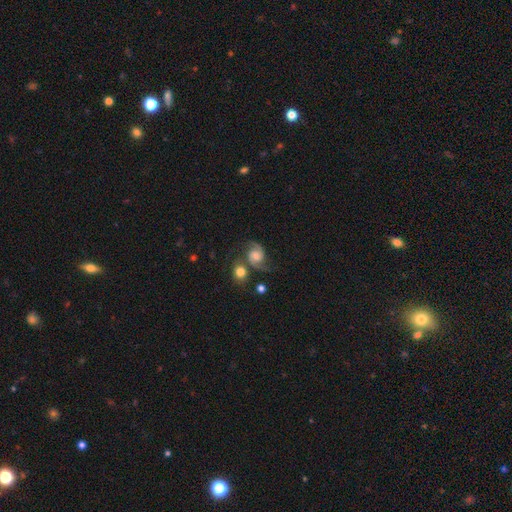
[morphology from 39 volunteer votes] Volunteers were most divided on "bar": no: 59%, weak: 38%, strong: 3%. More confident: edge-on disk — no (100%); spiral arms — yes (100%); spiral arm count — 2 (94%); smooth or featured — featured or disk (87%); spiral winding — medium (56%); bulge size — moderate (56%); merging — none (54%).